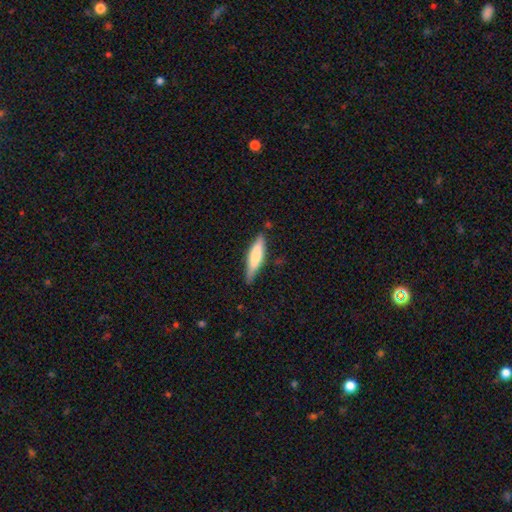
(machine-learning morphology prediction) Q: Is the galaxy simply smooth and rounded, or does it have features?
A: smooth — 64%.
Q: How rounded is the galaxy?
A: cigar-shaped — 74%.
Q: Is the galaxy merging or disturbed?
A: none — 78%.